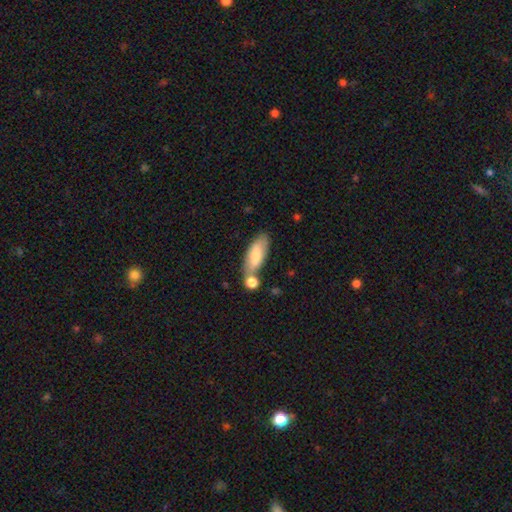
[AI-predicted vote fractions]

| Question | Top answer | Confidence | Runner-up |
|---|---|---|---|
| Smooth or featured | smooth | 73% | featured or disk (21%) |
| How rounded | in between | 67% | cigar-shaped (30%) |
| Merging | none | 53% | merger (24%) |